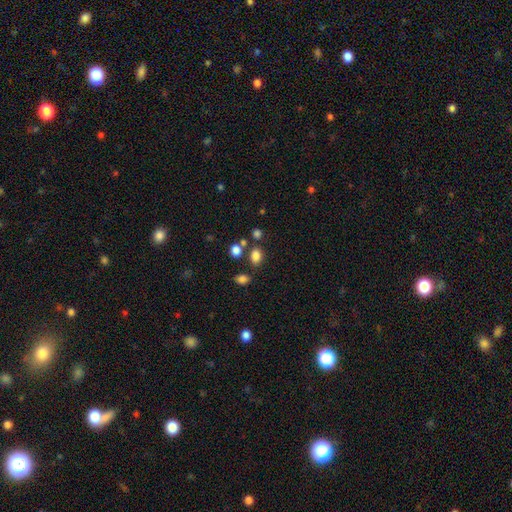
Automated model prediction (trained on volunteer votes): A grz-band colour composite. It shows a smooth galaxy with no disk features (82%) that is in between round and cigar-shaped (72%). Merging: none (71%).